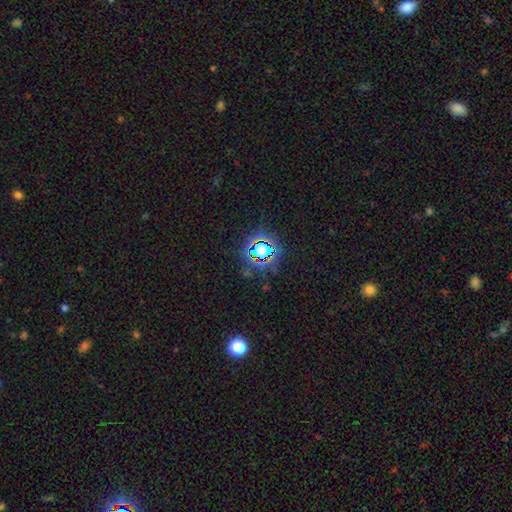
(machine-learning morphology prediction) Smooth or featured? Predicted: star or artifact (p=0.78).